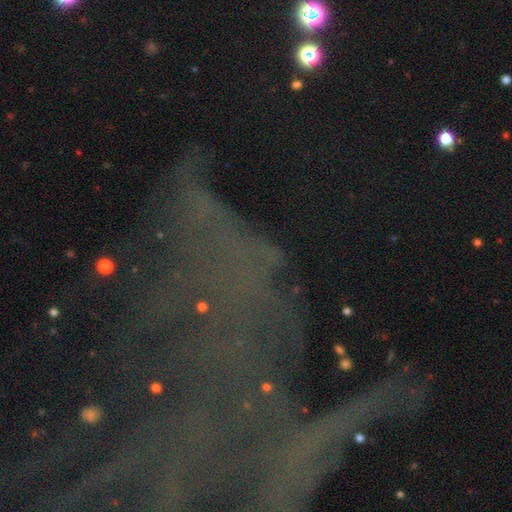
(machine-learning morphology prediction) smooth-or-featured: star or artifact: 64% | featured or disk: 21% | smooth: 15%